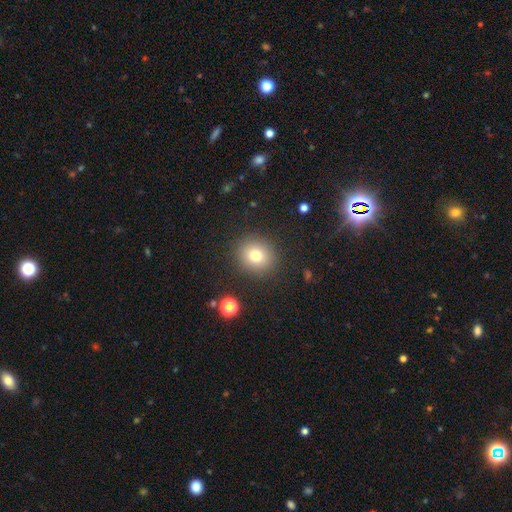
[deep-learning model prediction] A smooth galaxy with no disk features (77%) that is round (84%). Merging: none (89%).